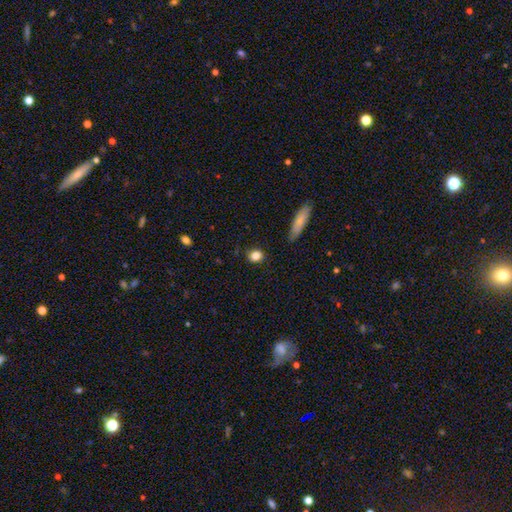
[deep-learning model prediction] The model was most divided on "how rounded": round: 65%, in between: 32%, cigar-shaped: 3%. More confident: merging — none (86%); smooth or featured — smooth (84%).